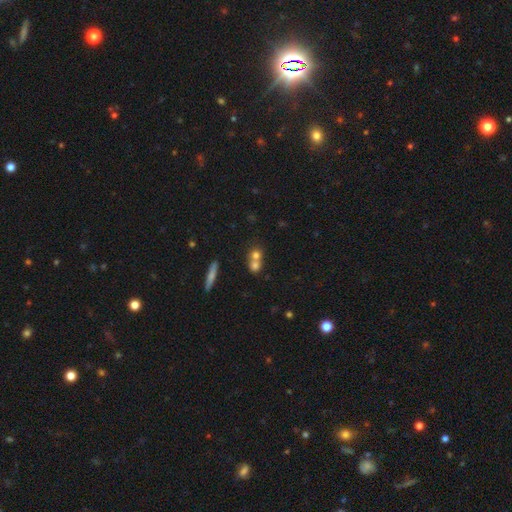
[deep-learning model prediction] smooth 71%, featured or disk 17%, star or artifact 12%. Down the decision tree: how rounded — round (77%); merging — merger (57%).